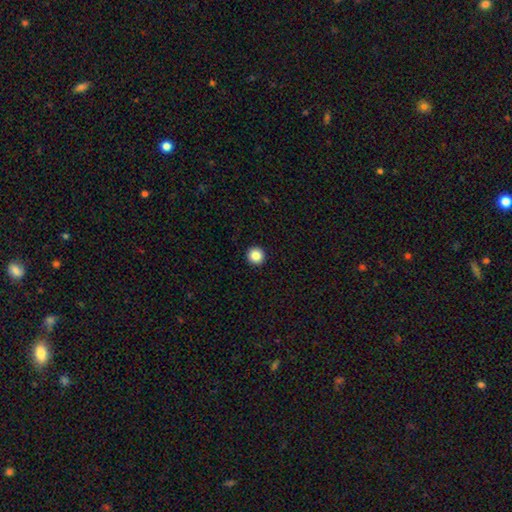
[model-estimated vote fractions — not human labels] Smooth or featured? Predicted: smooth (p=0.85). How rounded? Predicted: round (p=0.96). Merging? Predicted: none (p=0.94).